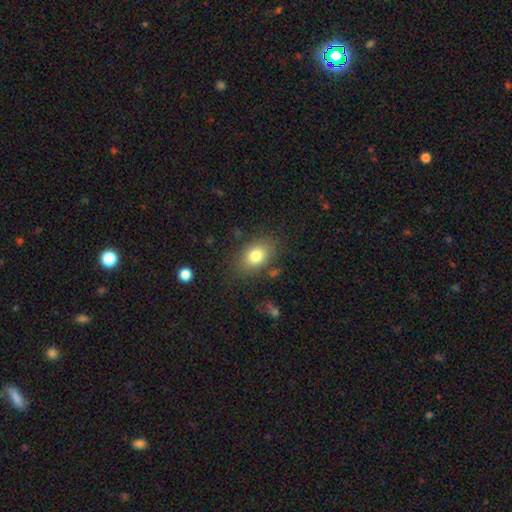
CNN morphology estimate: A smooth galaxy with no disk features (79%) that is in between round and cigar-shaped (73%). Merging: none (79%).